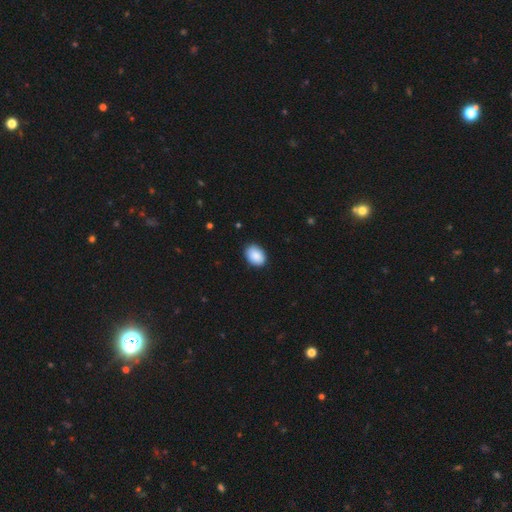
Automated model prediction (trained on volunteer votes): smooth_or_featured: smooth (p=0.90) [alt: star or artifact p=0.07]
how_rounded: in between (p=0.78) [alt: round p=0.21]
merging: none (p=0.88) [alt: minor disturbance p=0.09]